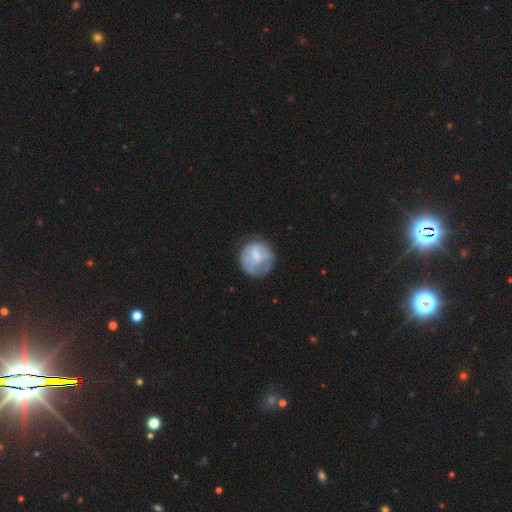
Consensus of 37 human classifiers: smooth_or_featured: smooth (p=0.68) [alt: featured or disk p=0.30]
how_rounded: round (p=0.92) [alt: in between p=0.08]
merging: none (p=0.69) [alt: minor disturbance p=0.22]